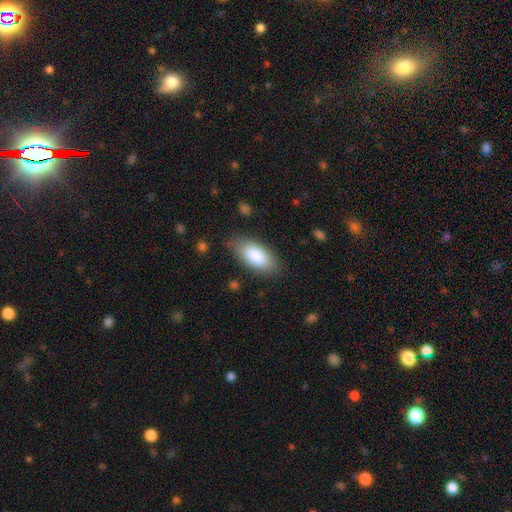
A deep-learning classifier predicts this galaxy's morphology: The model was most divided on "merging": none: 80%, minor disturbance: 15%, major disturbance: 4%, merger: 2%. More confident: how rounded — in between (91%); smooth or featured — smooth (86%).